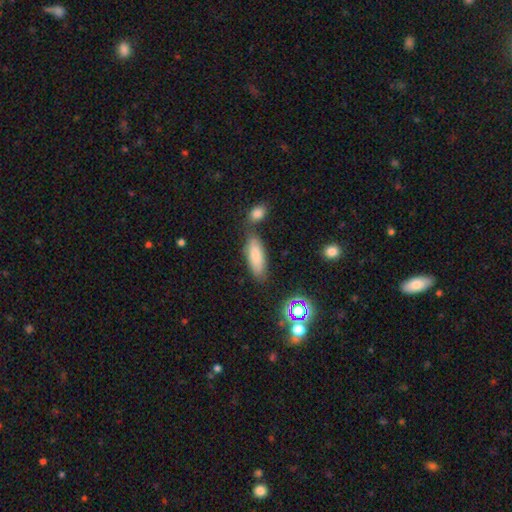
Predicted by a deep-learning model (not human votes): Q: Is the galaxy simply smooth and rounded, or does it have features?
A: smooth — 79%.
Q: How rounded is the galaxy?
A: in between — 67%.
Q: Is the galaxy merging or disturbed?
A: none — 71%.